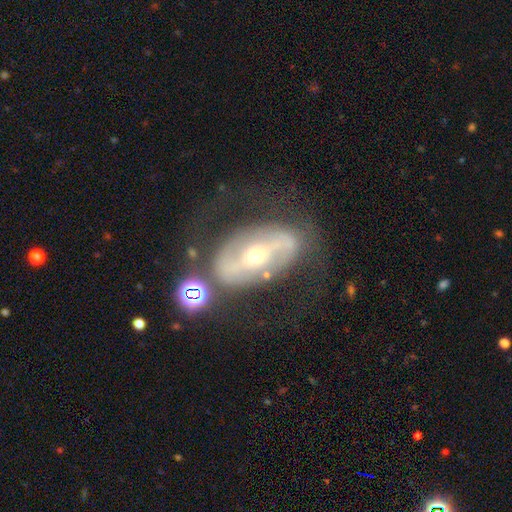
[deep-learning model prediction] smooth_or_featured: featured or disk (p=0.80) [alt: smooth p=0.13]
disk_edge_on: no (p=0.92) [alt: yes p=0.08]
bar: strong (p=0.56) [alt: weak p=0.23]
has_spiral_arms: yes (p=0.63) [alt: no p=0.37]
bulge_size: small (p=0.59) [alt: moderate p=0.37]
merging: none (p=0.62) [alt: minor disturbance p=0.18]